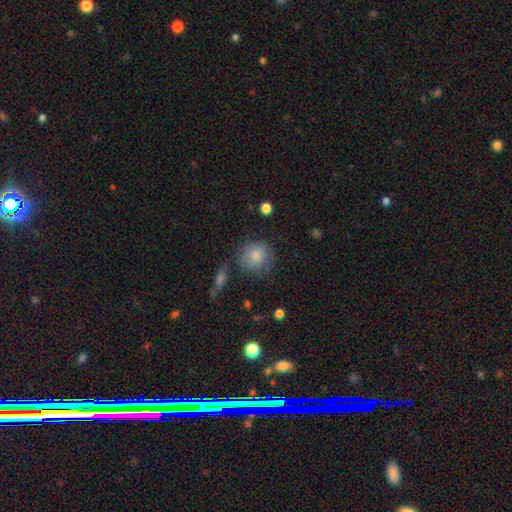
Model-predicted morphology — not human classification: Smooth or featured? smooth (82%)
How rounded? round (85%)
Merging? none (71%)